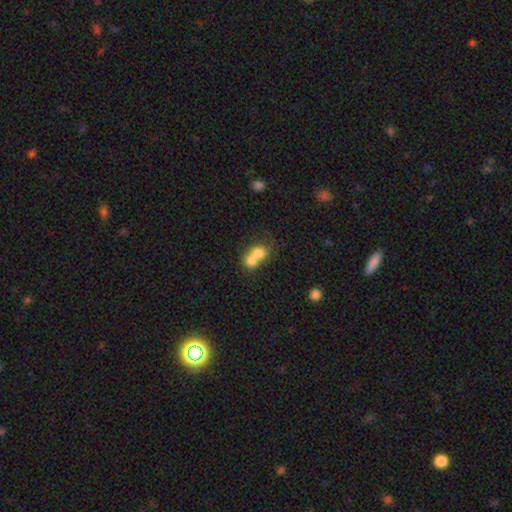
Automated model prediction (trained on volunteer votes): Overall: smooth (74%). How rounded: round (61%; in between 38%). Merging: merger (74%).